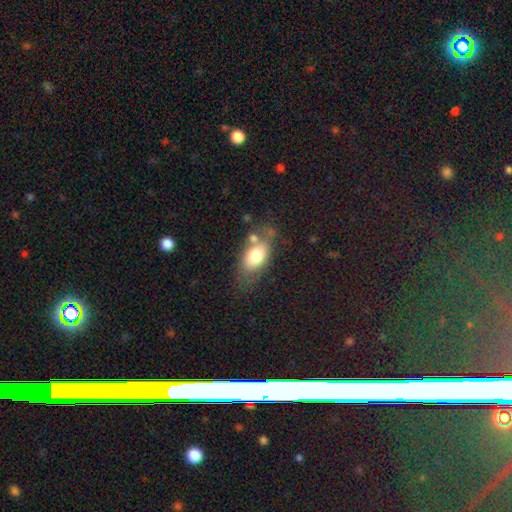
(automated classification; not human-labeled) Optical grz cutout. It shows a smooth galaxy with no disk features (70%) that is in between round and cigar-shaped (86%). Merging: none (54%).